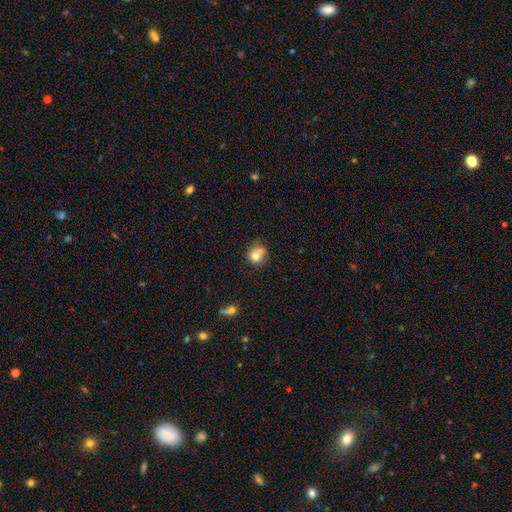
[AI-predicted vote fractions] Smooth or featured?
  - smooth: 72% *
  - featured or disk: 17%
  - star or artifact: 11%
How rounded?
  - round: 76% *
  - in between: 23%
  - cigar-shaped: 1%
Merging?
  - merger: 43% *
  - none: 37%
  - minor disturbance: 13%
  - major disturbance: 6%